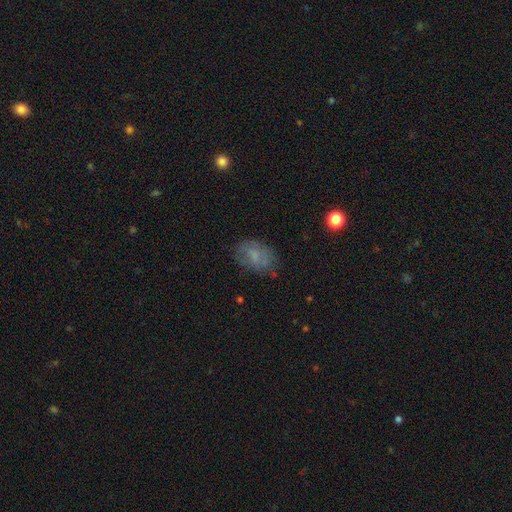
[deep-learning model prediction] Smooth or featured?
  - smooth: 63% *
  - featured or disk: 27%
  - star or artifact: 10%
How rounded?
  - in between: 84% *
  - round: 14%
  - cigar-shaped: 2%
Merging?
  - none: 68% *
  - minor disturbance: 21%
  - major disturbance: 9%
  - merger: 2%